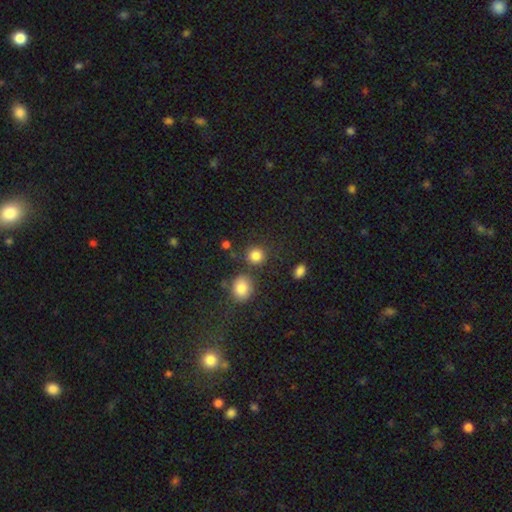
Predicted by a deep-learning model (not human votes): Q: Smooth or featured?
A: smooth (83%); runner-up: star or artifact (12%)
Q: How rounded?
A: round (88%); runner-up: in between (11%)
Q: Merging?
A: none (75%); runner-up: merger (11%)